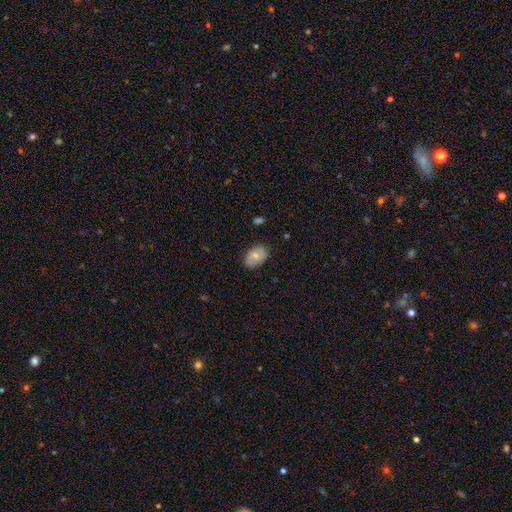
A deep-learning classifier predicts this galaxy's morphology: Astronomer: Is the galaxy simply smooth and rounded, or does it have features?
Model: smooth — 67%.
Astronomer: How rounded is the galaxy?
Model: in between — 85%.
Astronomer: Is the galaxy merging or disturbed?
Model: none — 77%.